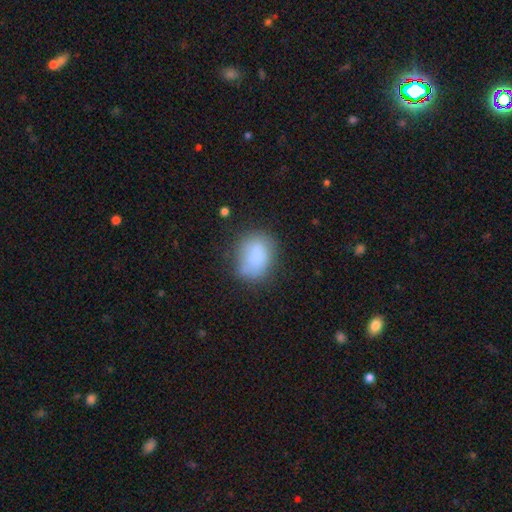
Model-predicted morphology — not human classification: The model was most divided on "how rounded": in between: 62%, round: 37%, cigar-shaped: 1%. More confident: smooth or featured — smooth (82%); merging — none (62%).